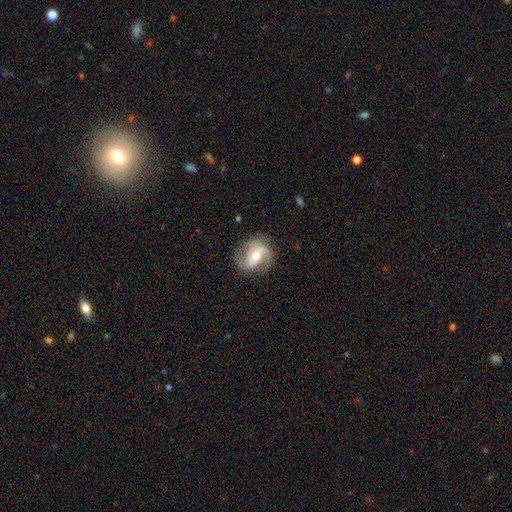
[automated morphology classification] Smooth or featured? featured or disk (81%)
Edge-on disk? no (97%)
Bar? weak (42%)
Spiral arms? yes (94%)
Spiral winding? medium (48%)
Spiral arm count? 2 (78%)
Bulge size? moderate (66%)
Merging? none (74%)